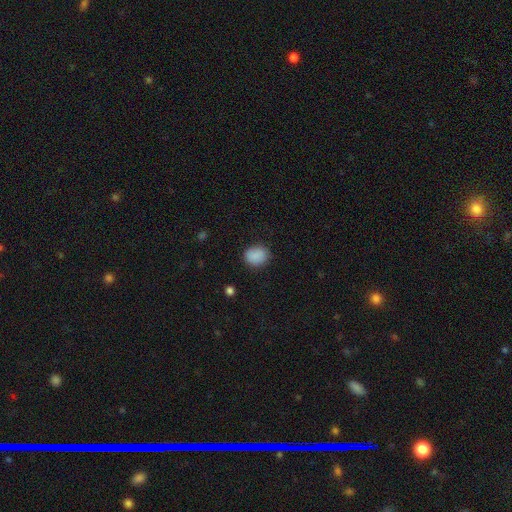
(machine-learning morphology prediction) Overall: smooth (88%). How rounded: round (54%; in between 45%). Merging: none (84%).